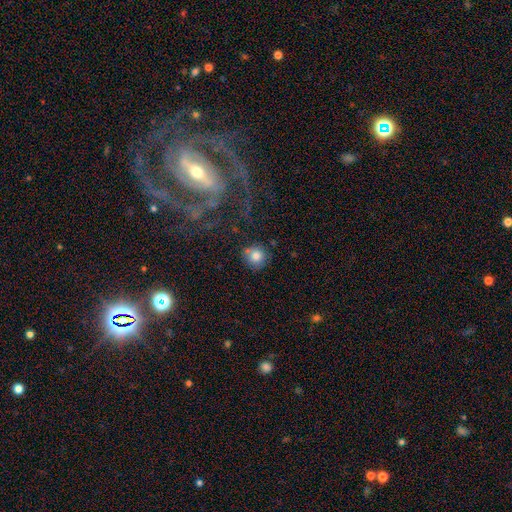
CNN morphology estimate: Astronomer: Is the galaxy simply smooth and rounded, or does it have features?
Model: smooth — 81%.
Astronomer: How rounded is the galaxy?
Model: round — 92%.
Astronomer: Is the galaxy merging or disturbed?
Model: none — 79%.